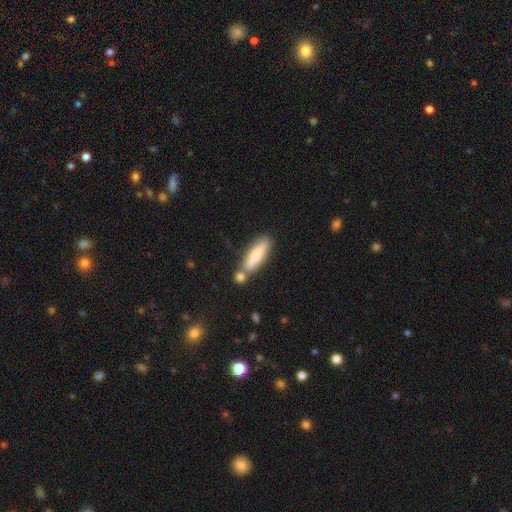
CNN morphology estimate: type=smooth (72%); roundness=cigar-shaped (67%); merging=none (63%).